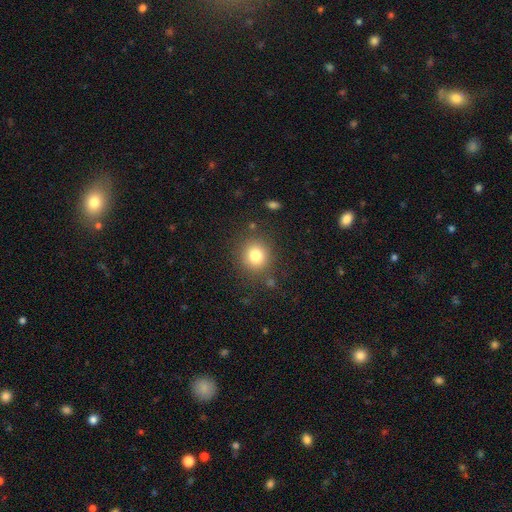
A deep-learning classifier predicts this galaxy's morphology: Q: Smooth or featured?
A: smooth (80%); runner-up: star or artifact (12%)
Q: How rounded?
A: round (88%); runner-up: in between (11%)
Q: Merging?
A: none (84%); runner-up: minor disturbance (9%)